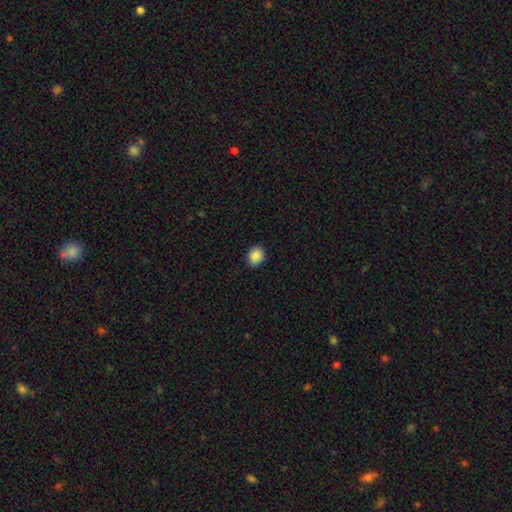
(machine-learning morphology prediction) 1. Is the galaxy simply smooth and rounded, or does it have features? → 88% smooth, 8% star or artifact, 3% featured or disk.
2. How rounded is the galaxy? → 51% in between, 48% round, 1% cigar-shaped.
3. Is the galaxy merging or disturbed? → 90% none, 7% minor disturbance, 2% major disturbance, 1% merger.